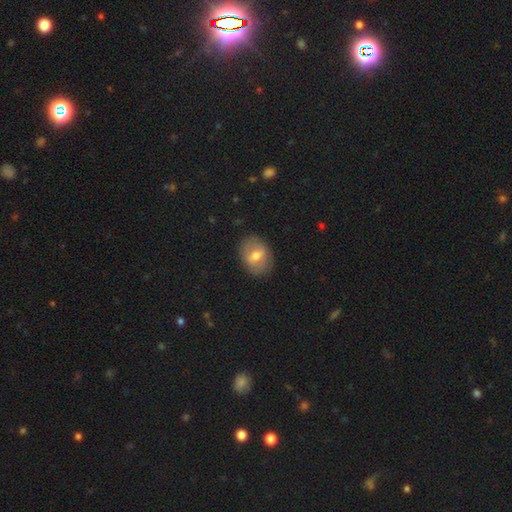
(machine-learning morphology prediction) A smooth galaxy with no disk features (58%) that is in between round and cigar-shaped (62%). Merging: none (83%).